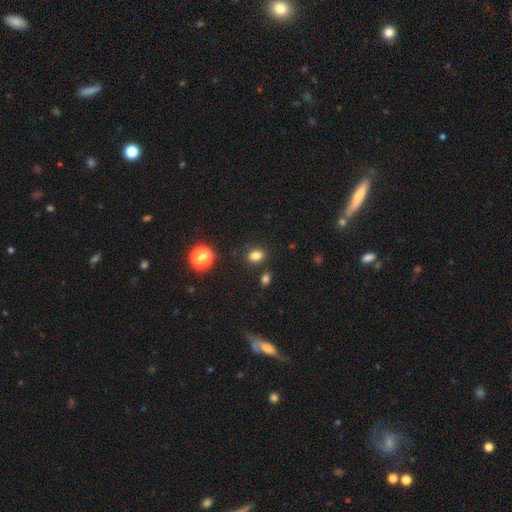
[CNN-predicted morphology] smooth-or-featured: smooth: 80% | star or artifact: 15% | featured or disk: 5%
  how-rounded: in between: 64% | round: 35% | cigar-shaped: 1%
  merging: none: 81% | minor disturbance: 10% | merger: 5% | major disturbance: 3%